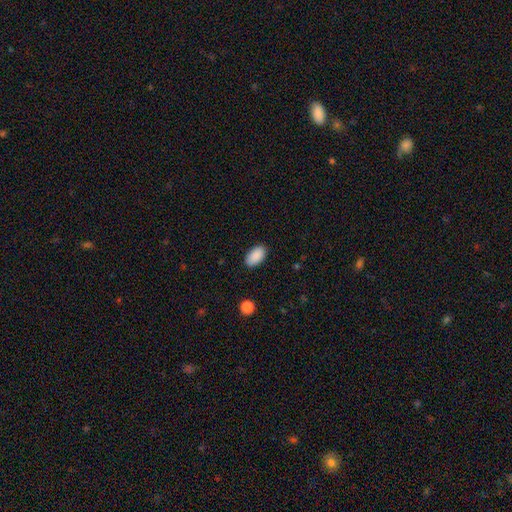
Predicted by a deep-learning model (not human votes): Morphology: type=smooth (90%); roundness=in between (95%); merging=none (88%).